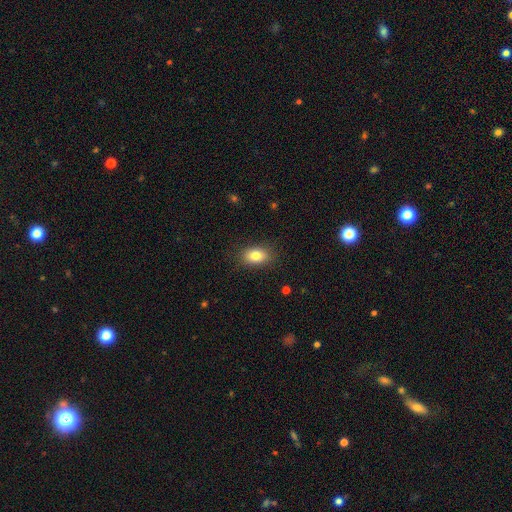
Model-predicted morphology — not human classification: This appears to be a smooth galaxy with no disk features (82%) that is in between round and cigar-shaped (84%). Merging: none (86%).